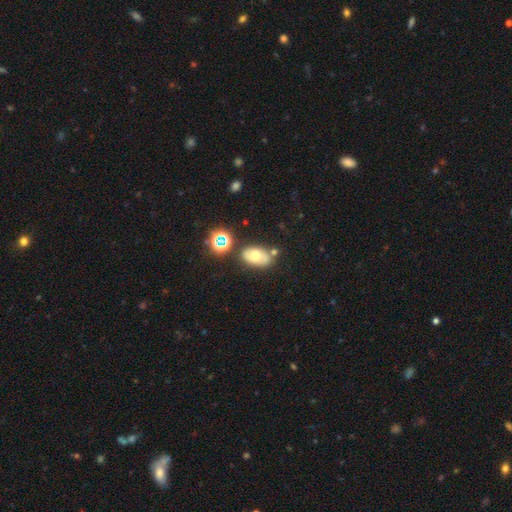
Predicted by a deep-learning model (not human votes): Smooth or featured? Predicted: smooth (p=0.57). How rounded? Predicted: in between (p=0.84). Merging? Predicted: none (p=0.70).